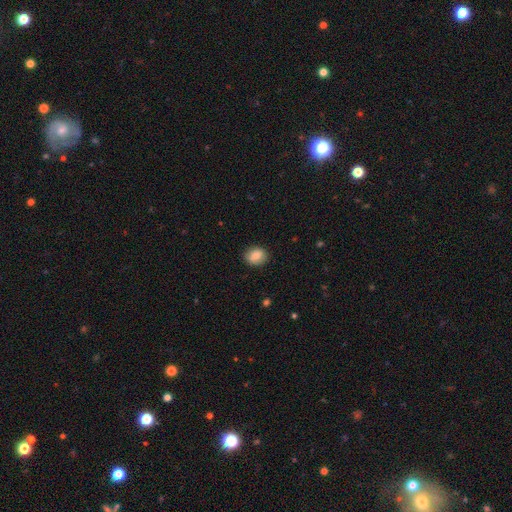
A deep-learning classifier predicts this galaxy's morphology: Smooth or featured: smooth — 83% (featured or disk — 9%)
How rounded: round — 54% (in between — 45%)
Merging: none — 88% (minor disturbance — 9%)